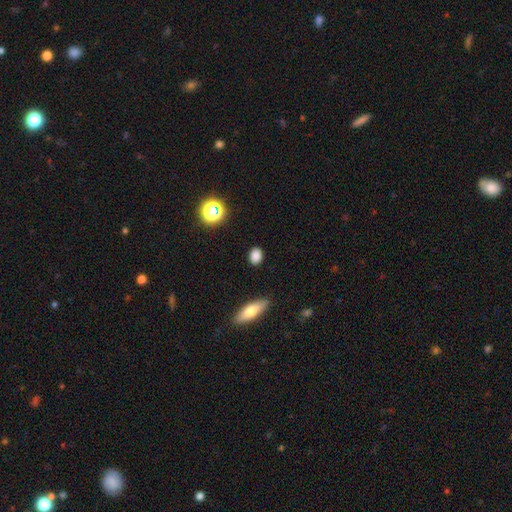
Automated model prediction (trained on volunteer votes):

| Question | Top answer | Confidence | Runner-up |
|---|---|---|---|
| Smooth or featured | smooth | 84% | star or artifact (11%) |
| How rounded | in between | 55% | round (42%) |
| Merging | none | 87% | minor disturbance (9%) |